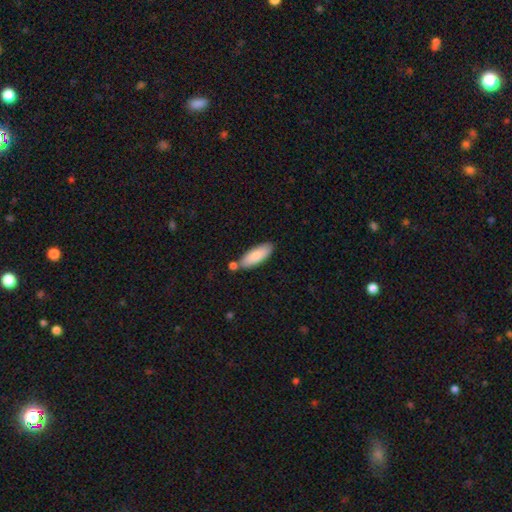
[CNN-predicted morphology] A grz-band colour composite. It shows a smooth galaxy with no disk features (83%) that is in between round and cigar-shaped (68%). Merging: none (71%).